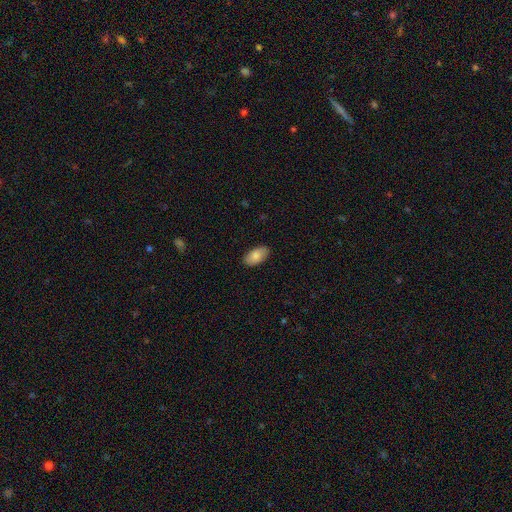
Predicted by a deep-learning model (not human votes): Smooth or featured: smooth — 83% (featured or disk — 10%)
How rounded: in between — 95% (round — 3%)
Merging: none — 87% (minor disturbance — 10%)